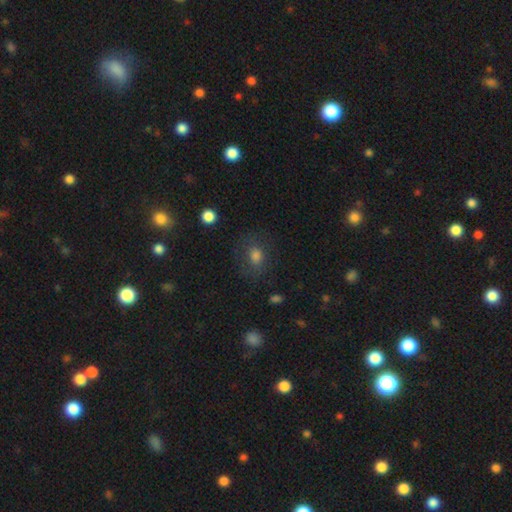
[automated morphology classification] Smooth or featured: smooth — 70% (star or artifact — 15%)
How rounded: in between — 51% (round — 48%)
Merging: none — 69% (minor disturbance — 17%)